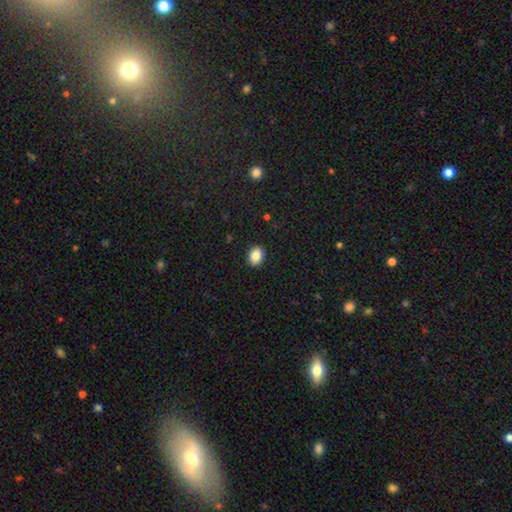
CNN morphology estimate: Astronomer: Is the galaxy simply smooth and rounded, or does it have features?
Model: smooth — 88%.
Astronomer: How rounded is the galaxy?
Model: in between — 70%.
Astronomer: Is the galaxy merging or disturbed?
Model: none — 91%.